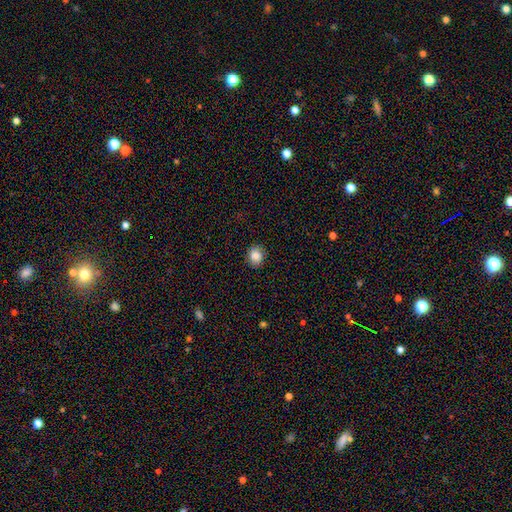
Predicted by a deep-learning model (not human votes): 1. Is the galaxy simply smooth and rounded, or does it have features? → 86% smooth, 9% star or artifact, 5% featured or disk.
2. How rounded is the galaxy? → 61% round, 38% in between, 1% cigar-shaped.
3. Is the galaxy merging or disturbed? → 88% none, 9% minor disturbance, 2% major disturbance, 1% merger.